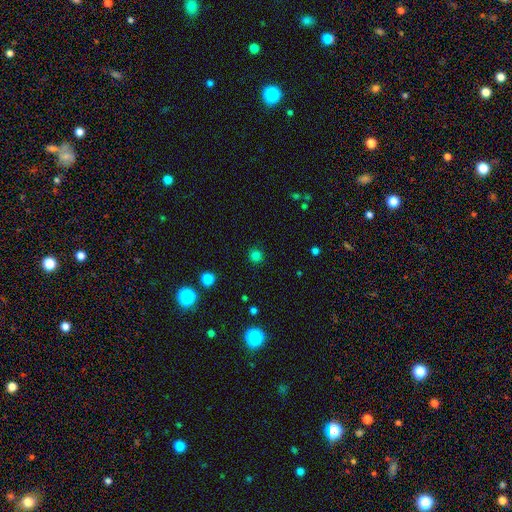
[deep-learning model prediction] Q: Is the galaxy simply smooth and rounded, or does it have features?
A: smooth — 79%.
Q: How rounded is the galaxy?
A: round — 93%.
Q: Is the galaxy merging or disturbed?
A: none — 90%.